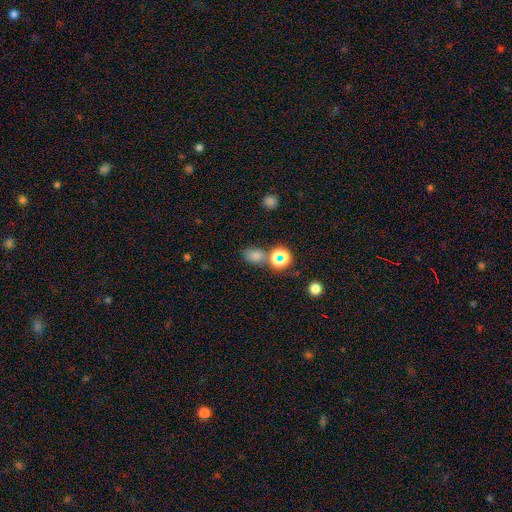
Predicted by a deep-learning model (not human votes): Overall: smooth (66%). How rounded: in between (61%; round 37%). Merging: none (61%).